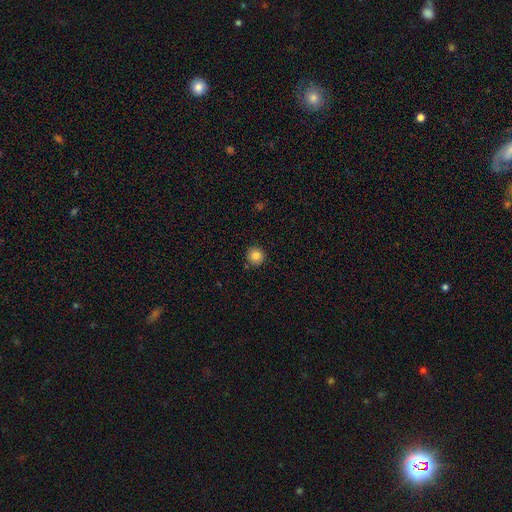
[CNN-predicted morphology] smooth_or_featured: smooth (p=0.82) [alt: star or artifact p=0.10]
how_rounded: round (p=0.95) [alt: in between p=0.04]
merging: none (p=0.90) [alt: minor disturbance p=0.07]